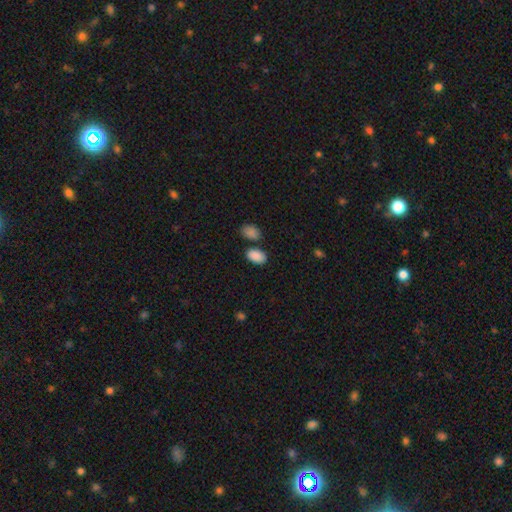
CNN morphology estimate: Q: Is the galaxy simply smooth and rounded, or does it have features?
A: smooth — 89%.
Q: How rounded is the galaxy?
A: in between — 92%.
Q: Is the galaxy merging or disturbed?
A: none — 75%.